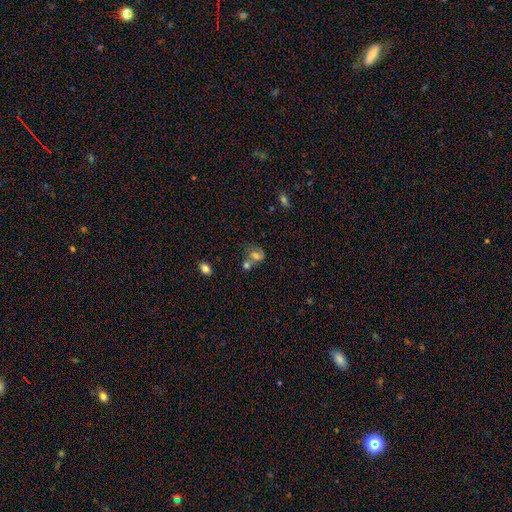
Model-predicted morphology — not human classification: type=smooth (54%); roundness=in between (55%); merging=merger (44%).